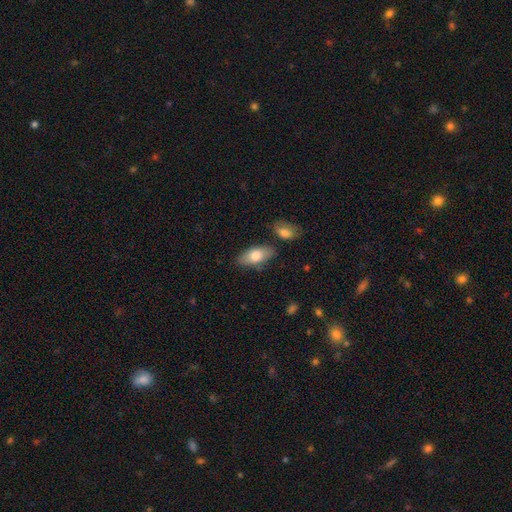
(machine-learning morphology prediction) type=smooth (74%); roundness=in between (90%); merging=none (79%).